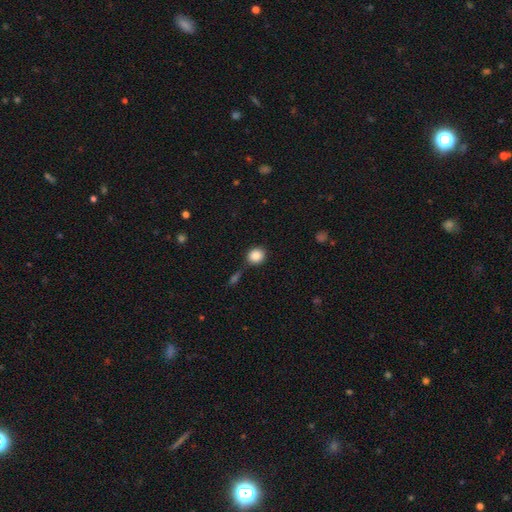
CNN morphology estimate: Q: Smooth or featured?
A: smooth (86%); runner-up: star or artifact (9%)
Q: How rounded?
A: round (80%); runner-up: in between (19%)
Q: Merging?
A: none (74%); runner-up: minor disturbance (14%)